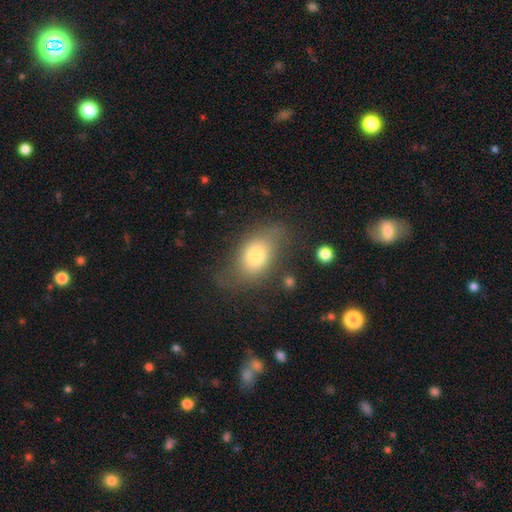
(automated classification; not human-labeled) Morphology: type=smooth (71%); roundness=in between (82%); merging=none (54%).